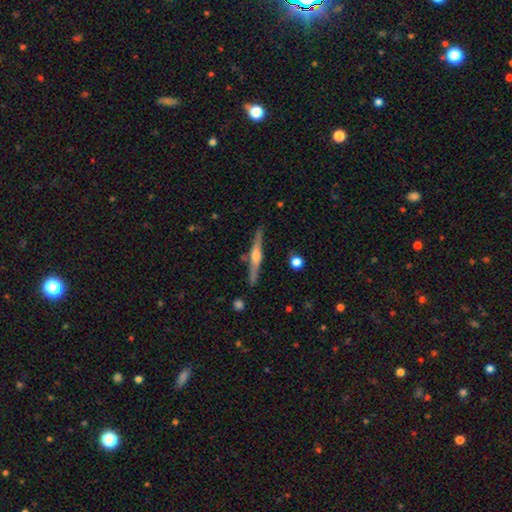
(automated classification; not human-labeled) smooth-or-featured: featured or disk: 77% | smooth: 18% | star or artifact: 6%
  disk-edge-on: yes: 98% | no: 2%
    edge-on-bulge: rounded: 89% | boxy: 7% | none: 4%
  merging: none: 87% | minor disturbance: 9% | merger: 3% | major disturbance: 2%